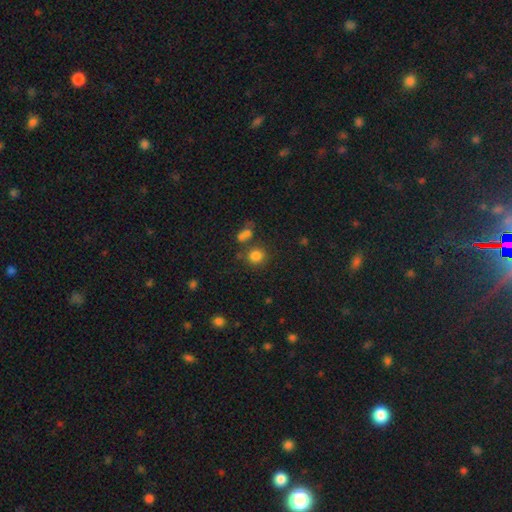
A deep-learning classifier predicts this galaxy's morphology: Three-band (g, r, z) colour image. It shows a smooth galaxy with no disk features (81%) that is round (84%). Merging: none (71%).